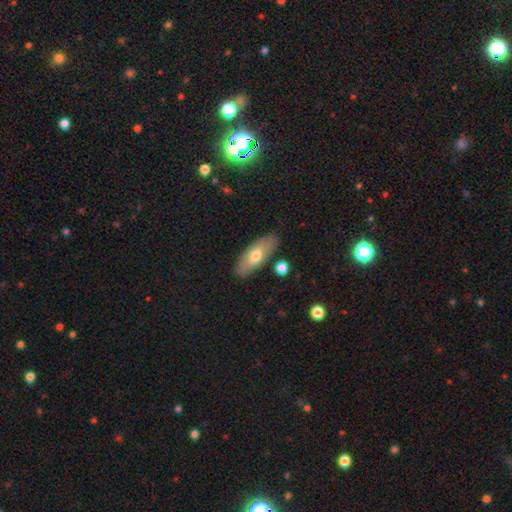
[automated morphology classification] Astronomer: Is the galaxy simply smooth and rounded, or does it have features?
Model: smooth — 63%.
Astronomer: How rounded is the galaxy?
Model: in between — 78%.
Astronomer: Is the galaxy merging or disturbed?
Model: none — 83%.